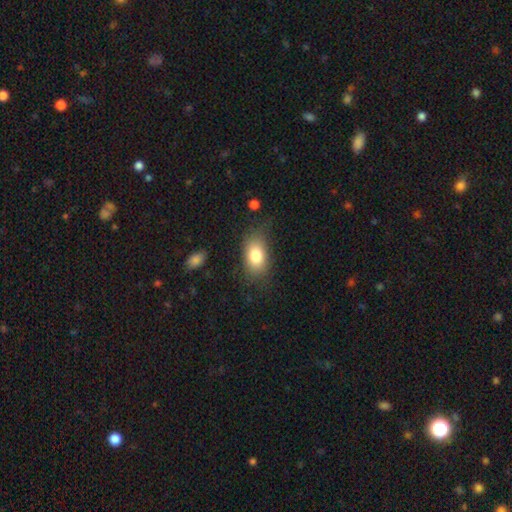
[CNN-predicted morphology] Smooth or featured?
  - smooth: 79% *
  - featured or disk: 13%
  - star or artifact: 8%
How rounded?
  - in between: 86% *
  - round: 12%
  - cigar-shaped: 2%
Merging?
  - none: 70% *
  - minor disturbance: 20%
  - major disturbance: 8%
  - merger: 2%